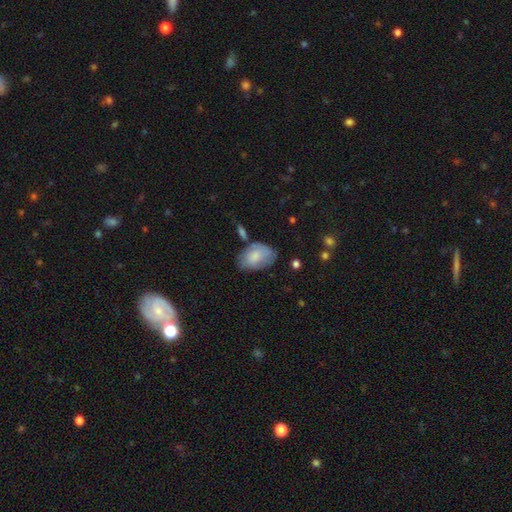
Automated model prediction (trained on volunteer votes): This is likely a smooth galaxy (77%). How rounded: clearly in between (88%). Merging: possibly none (59%).